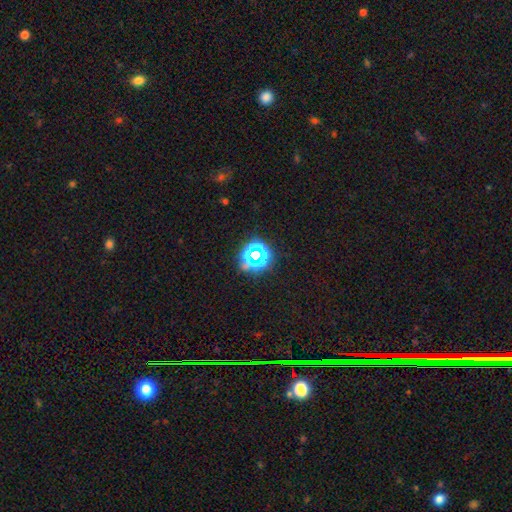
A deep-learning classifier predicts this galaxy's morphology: A star or artifact, not a galaxy (64%).